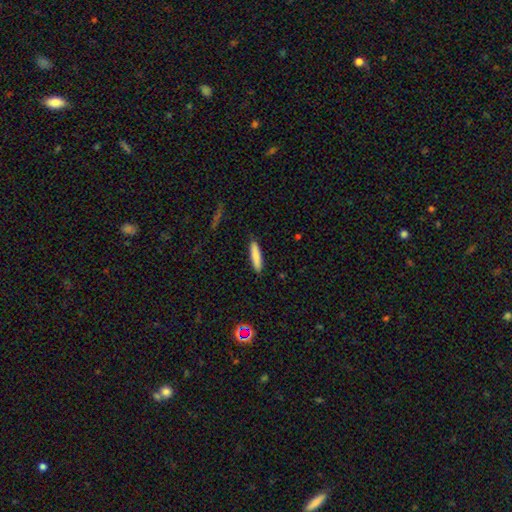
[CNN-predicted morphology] Smooth or featured?
  - smooth: 84% *
  - featured or disk: 10%
  - star or artifact: 6%
How rounded?
  - cigar-shaped: 83% *
  - in between: 16%
  - round: 1%
Merging?
  - none: 89% *
  - minor disturbance: 8%
  - major disturbance: 2%
  - merger: 1%